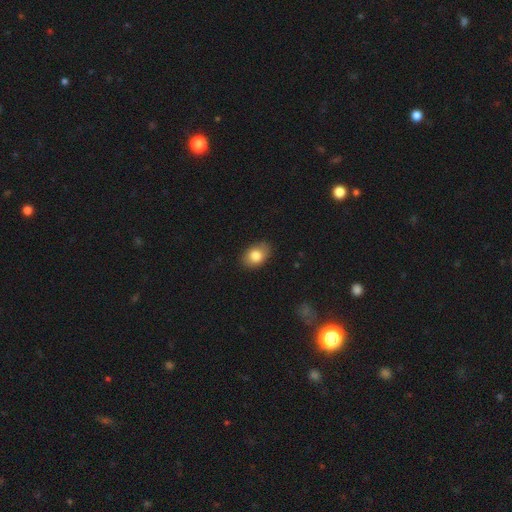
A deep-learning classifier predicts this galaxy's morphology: Smooth or featured? smooth (82%)
How rounded? in between (82%)
Merging? none (85%)